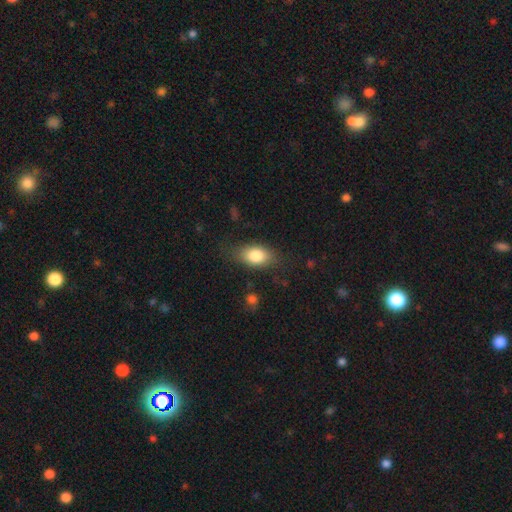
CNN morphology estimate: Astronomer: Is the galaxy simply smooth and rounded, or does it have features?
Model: smooth — 81%.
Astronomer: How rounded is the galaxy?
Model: in between — 87%.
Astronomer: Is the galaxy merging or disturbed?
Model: none — 77%.